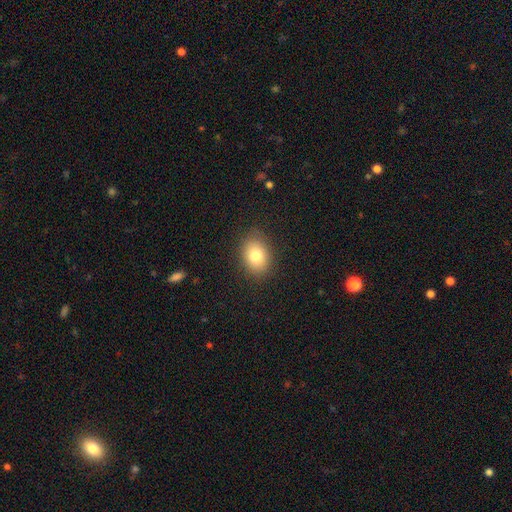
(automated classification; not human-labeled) smooth_or_featured: smooth (p=0.80) [alt: featured or disk p=0.10]
how_rounded: in between (p=0.63) [alt: round p=0.36]
merging: none (p=0.86) [alt: minor disturbance p=0.10]